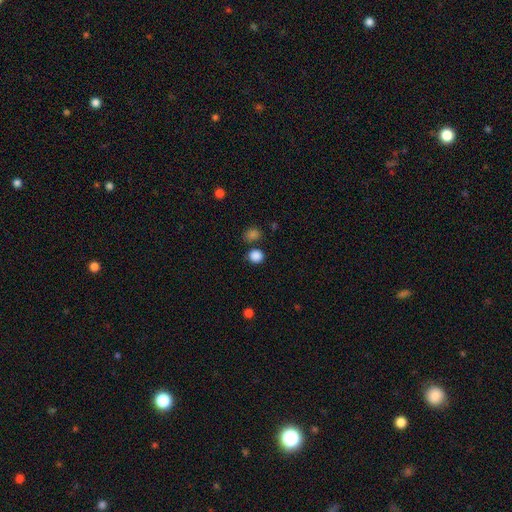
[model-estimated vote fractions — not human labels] Smooth or featured: smooth — 85% (star or artifact — 12%)
How rounded: round — 82% (in between — 17%)
Merging: none — 78% (minor disturbance — 10%)